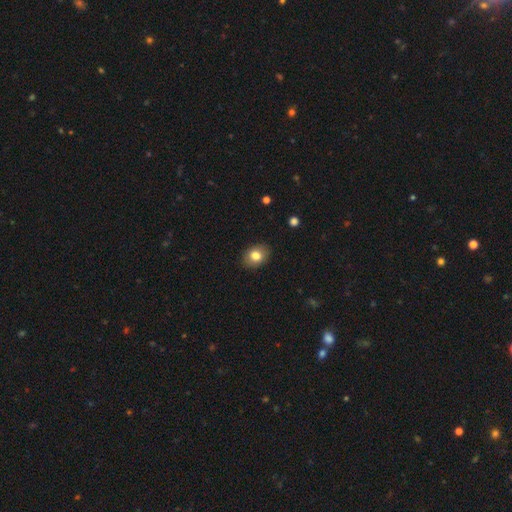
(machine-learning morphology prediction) Smooth or featured?
  - smooth: 81% *
  - featured or disk: 10%
  - star or artifact: 9%
How rounded?
  - in between: 64% *
  - round: 35%
  - cigar-shaped: 1%
Merging?
  - none: 87% *
  - minor disturbance: 10%
  - major disturbance: 2%
  - merger: 1%